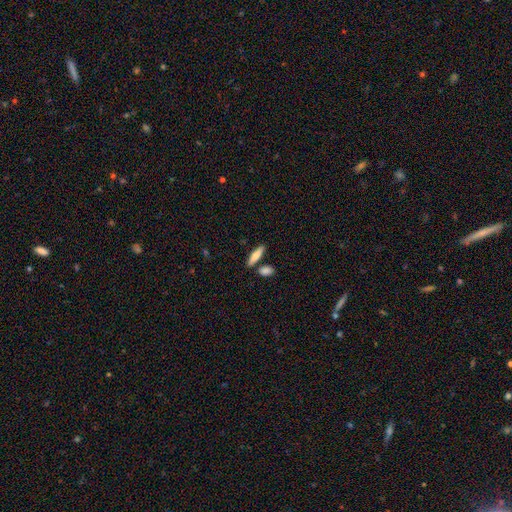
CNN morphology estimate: smooth 75%, featured or disk 19%, star or artifact 6%. Down the decision tree: how rounded — cigar-shaped (64%); merging — none (77%).